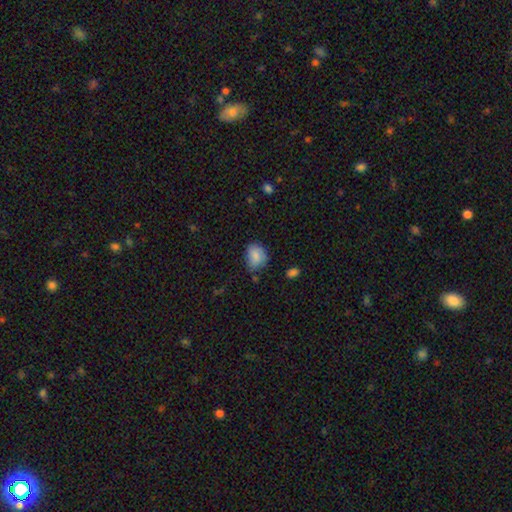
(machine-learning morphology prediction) This appears to be a smooth galaxy with no disk features (78%) that is in between round and cigar-shaped (60%). Merging: none (62%).